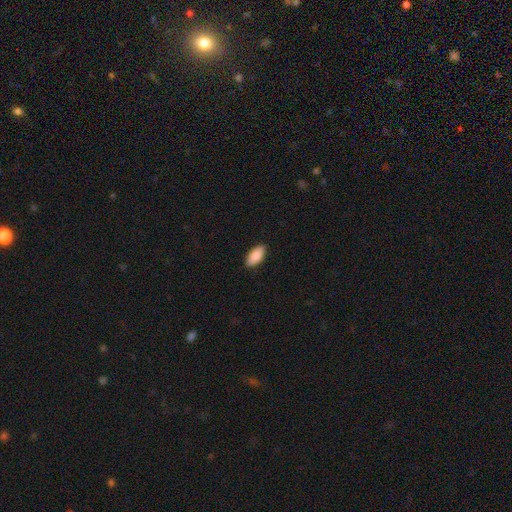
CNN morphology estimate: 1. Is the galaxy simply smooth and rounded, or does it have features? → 90% smooth, 6% star or artifact, 4% featured or disk.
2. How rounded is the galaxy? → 91% in between, 7% cigar-shaped, 2% round.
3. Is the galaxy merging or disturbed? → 89% none, 8% minor disturbance, 2% major disturbance, 1% merger.